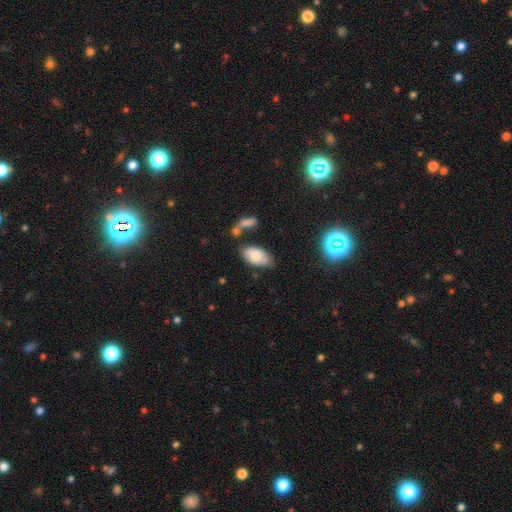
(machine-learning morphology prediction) smooth_or_featured: smooth (p=0.79) [alt: featured or disk p=0.13]
how_rounded: in between (p=0.94) [alt: cigar-shaped p=0.04]
merging: none (p=0.64) [alt: minor disturbance p=0.19]